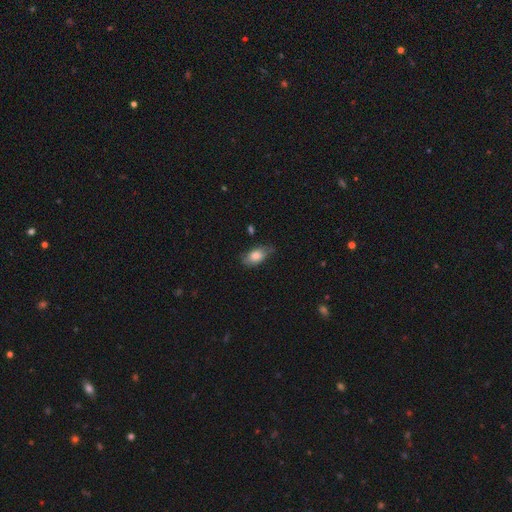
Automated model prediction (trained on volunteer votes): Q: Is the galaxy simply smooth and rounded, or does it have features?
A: smooth — 76%.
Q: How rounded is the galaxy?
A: in between — 89%.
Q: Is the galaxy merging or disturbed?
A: none — 61%.